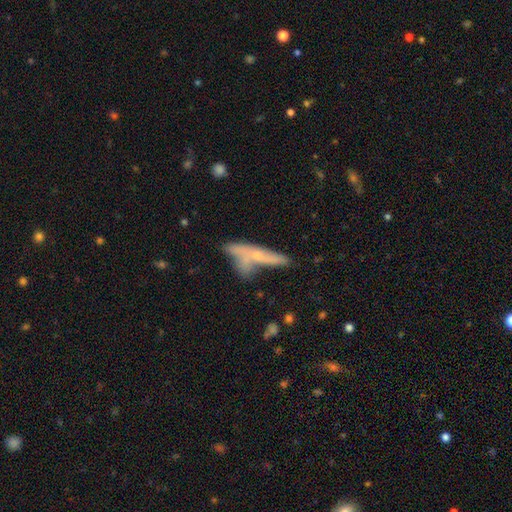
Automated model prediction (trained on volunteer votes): Q: Smooth or featured?
A: featured or disk (49%); runner-up: smooth (41%)
Q: Merging?
A: none (41%); runner-up: merger (30%)